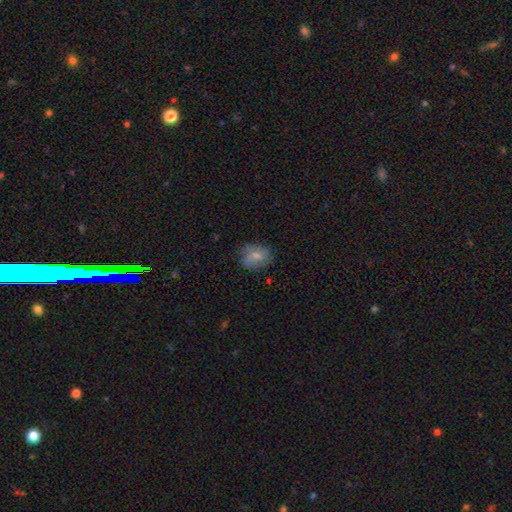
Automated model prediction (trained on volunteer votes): This is likely a smooth galaxy (73%). How rounded: possibly in between (54%). Merging: likely none (65%).